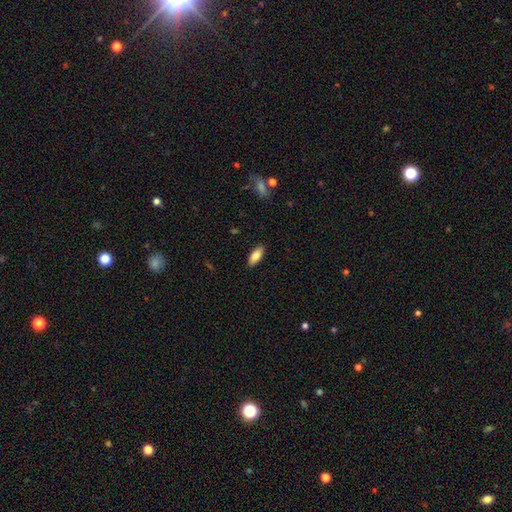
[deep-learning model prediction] smooth 82%, featured or disk 12%, star or artifact 6%. Down the decision tree: how rounded — in between (80%); merging — none (89%).